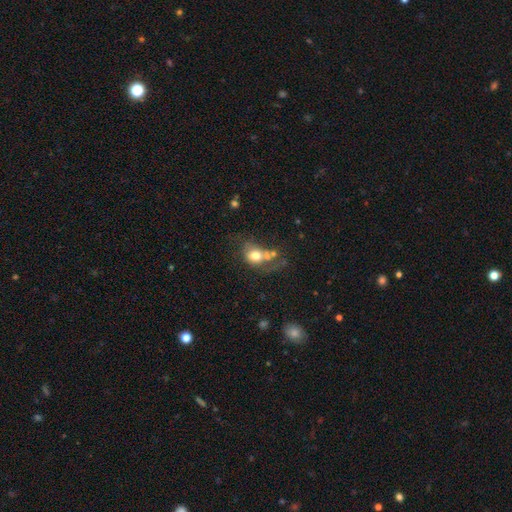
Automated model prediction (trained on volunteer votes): Overall: smooth (68%). How rounded: round (50%; in between 49%). Merging: merger (31%; none 26%).